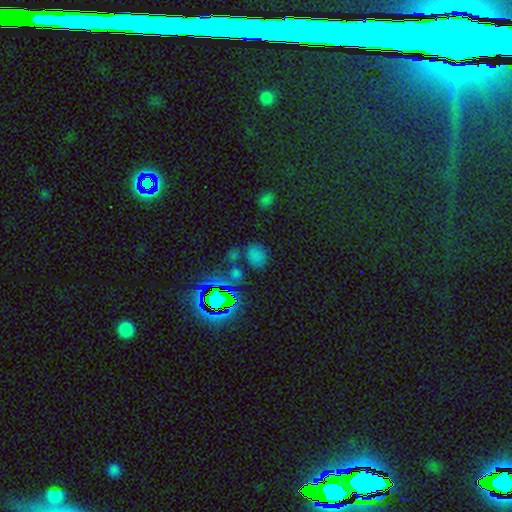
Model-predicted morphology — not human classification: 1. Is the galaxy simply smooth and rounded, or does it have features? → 57% smooth, 37% star or artifact, 7% featured or disk.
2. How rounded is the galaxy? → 52% round, 46% in between, 2% cigar-shaped.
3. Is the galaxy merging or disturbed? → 67% none, 14% merger, 13% minor disturbance, 6% major disturbance.